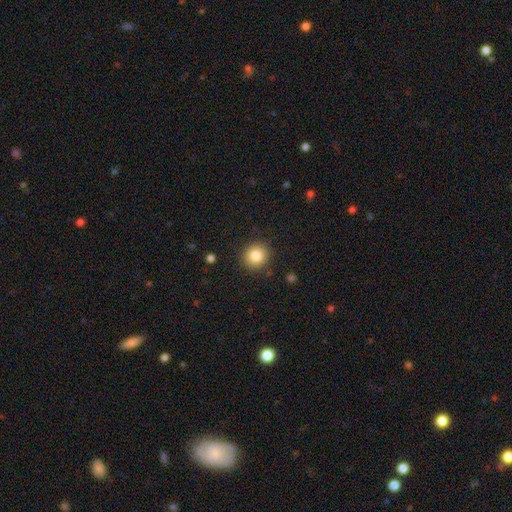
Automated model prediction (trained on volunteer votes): Overall: smooth (83%). How rounded: round (90%). Merging: none (90%).